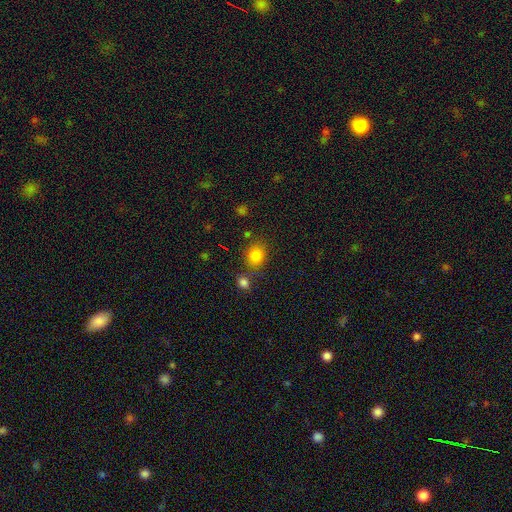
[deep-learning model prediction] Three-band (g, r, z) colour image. It shows a smooth galaxy with no disk features (83%) that is round (60%). Merging: none (70%).